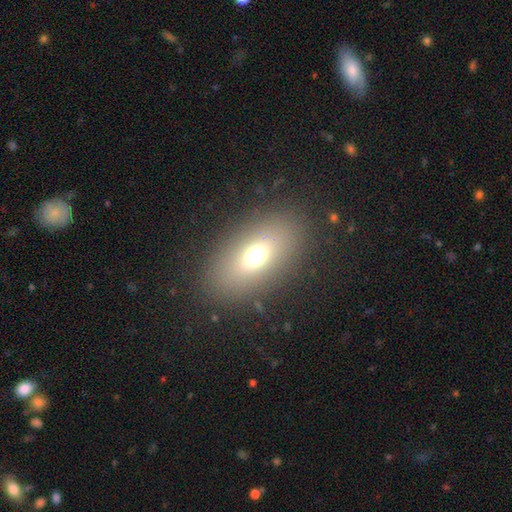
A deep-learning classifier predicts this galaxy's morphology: The model was most divided on "smooth or featured": smooth: 68%, featured or disk: 18%, star or artifact: 14%. More confident: merging — none (85%); how rounded — in between (84%).